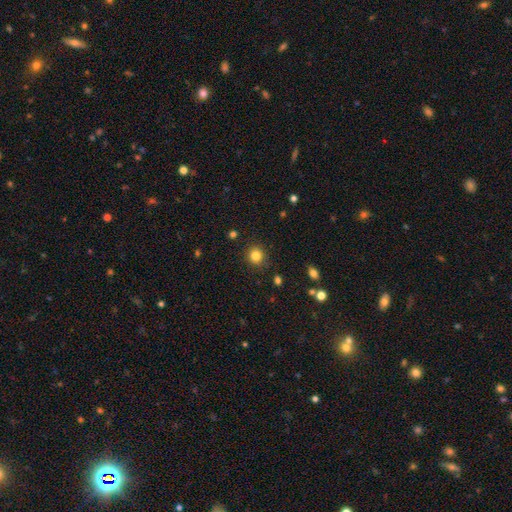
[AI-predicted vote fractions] Q: Smooth or featured?
A: smooth (83%); runner-up: star or artifact (12%)
Q: How rounded?
A: round (90%); runner-up: in between (9%)
Q: Merging?
A: none (89%); runner-up: minor disturbance (7%)